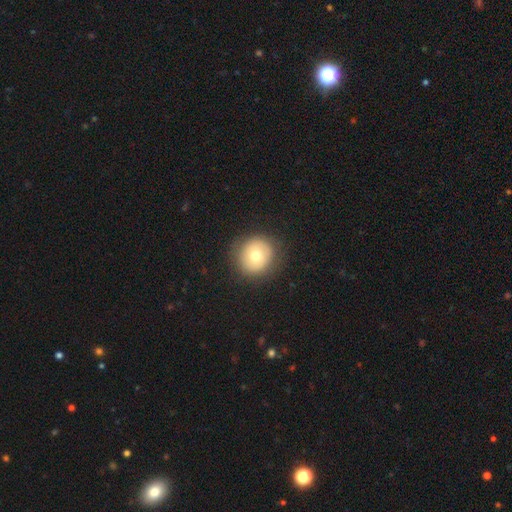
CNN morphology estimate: Smooth or featured: smooth — 70% (featured or disk — 21%)
How rounded: round — 89% (in between — 10%)
Merging: none — 85% (minor disturbance — 10%)